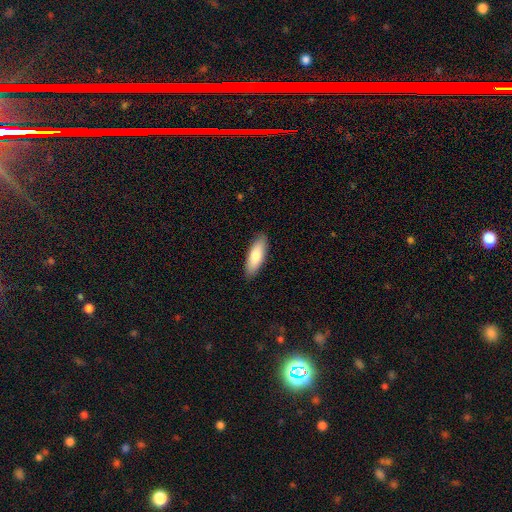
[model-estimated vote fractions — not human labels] This is likely a smooth galaxy (77%). How rounded: likely in between (63%). Merging: clearly none (89%).